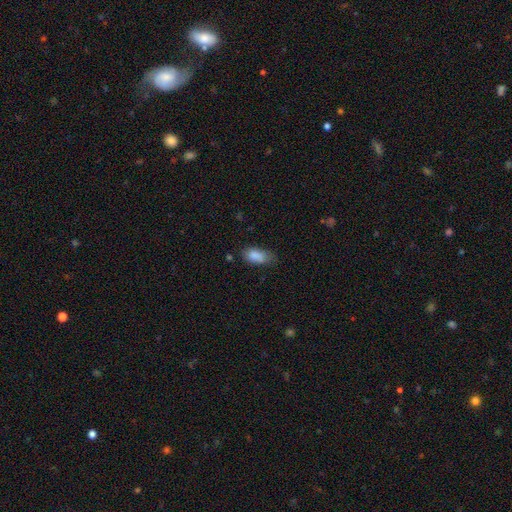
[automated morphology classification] Smooth or featured?
  - smooth: 86% *
  - star or artifact: 8%
  - featured or disk: 7%
How rounded?
  - in between: 89% *
  - cigar-shaped: 7%
  - round: 4%
Merging?
  - none: 56% *
  - minor disturbance: 32%
  - major disturbance: 9%
  - merger: 3%